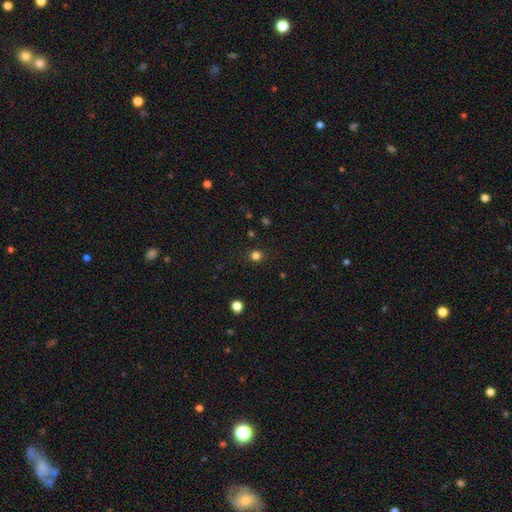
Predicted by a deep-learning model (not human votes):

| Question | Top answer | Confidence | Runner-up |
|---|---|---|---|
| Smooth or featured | smooth | 79% | star or artifact (17%) |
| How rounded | round | 90% | in between (9%) |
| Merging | none | 89% | minor disturbance (7%) |